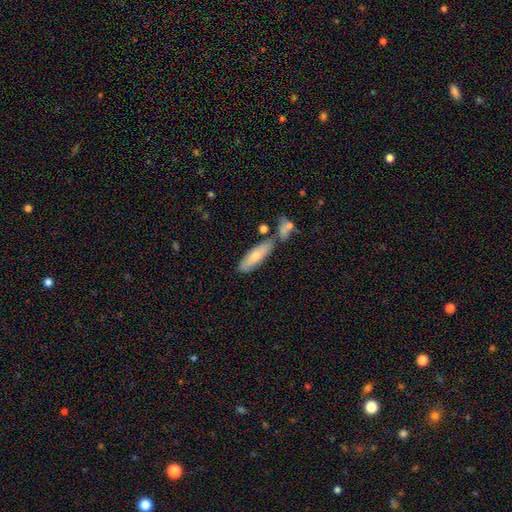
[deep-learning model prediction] This is likely a smooth galaxy (66%). How rounded: possibly cigar-shaped (51%). Merging: likely none (68%).